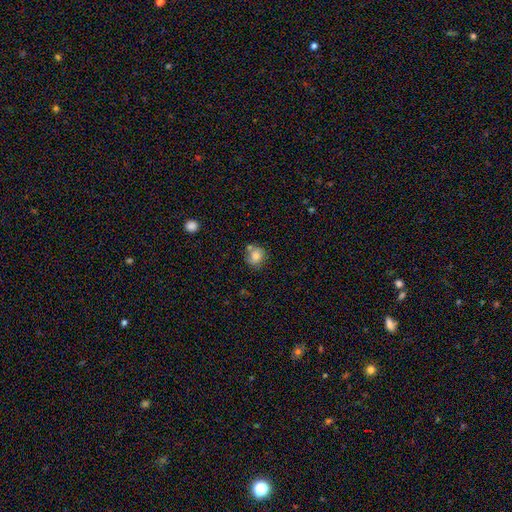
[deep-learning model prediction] Smooth or featured? Predicted: smooth (p=0.80). How rounded? Predicted: round (p=0.77). Merging? Predicted: none (p=0.62).